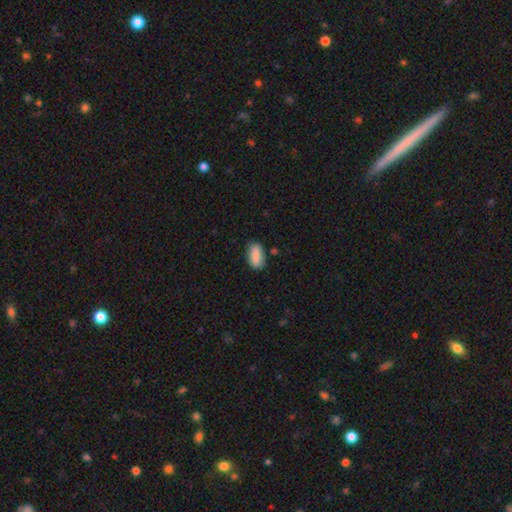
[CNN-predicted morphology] smooth_or_featured: smooth (p=0.89) [alt: star or artifact p=0.07]
how_rounded: in between (p=0.92) [alt: cigar-shaped p=0.05]
merging: none (p=0.80) [alt: minor disturbance p=0.15]